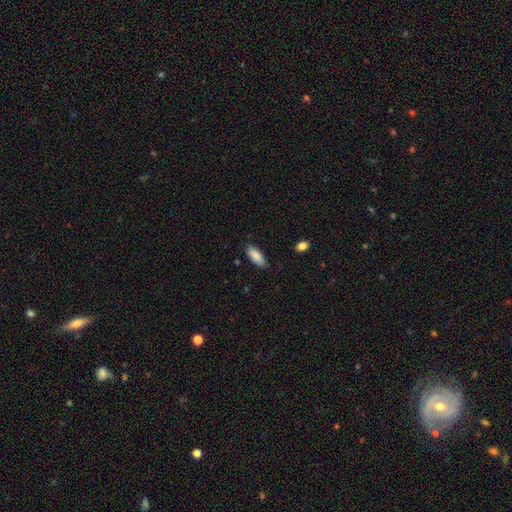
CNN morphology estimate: smooth 86%, featured or disk 8%, star or artifact 6%. Down the decision tree: how rounded — in between (78%); merging — none (81%).